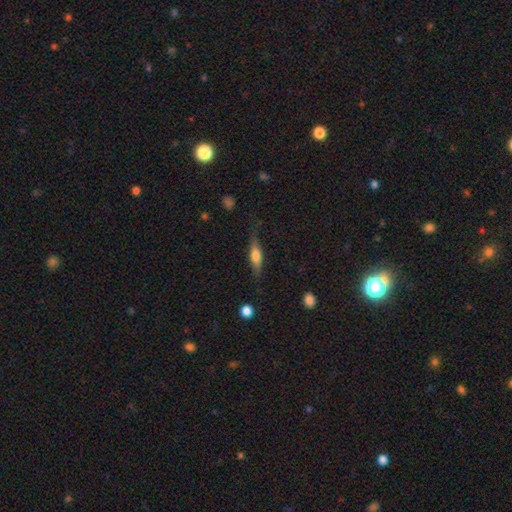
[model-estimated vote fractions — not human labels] This appears to be a smooth galaxy with no disk features (52%) that is cigar-shaped (68%). Merging: none (72%).